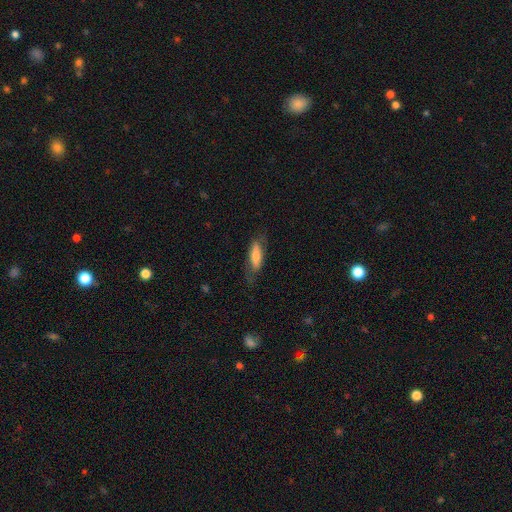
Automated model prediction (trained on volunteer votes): The model was most divided on "how rounded": in between: 52%, cigar-shaped: 46%, round: 2%. More confident: smooth or featured — smooth (68%); merging — none (66%).